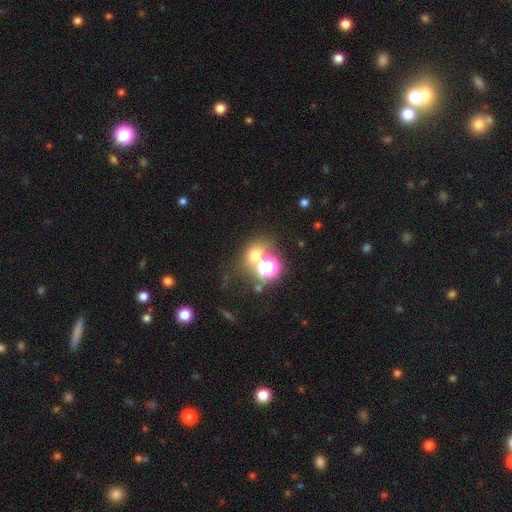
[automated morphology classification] The model was most divided on "merging": none: 52%, merger: 32%, minor disturbance: 9%, major disturbance: 6%. More confident: how rounded — round (67%); smooth or featured — smooth (60%).